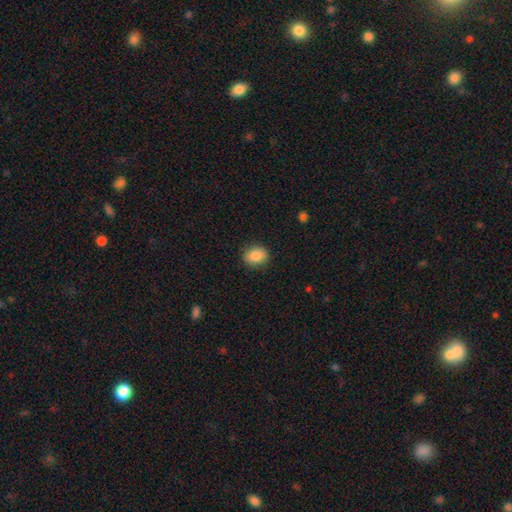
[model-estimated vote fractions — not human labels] This appears to be a smooth galaxy with no disk features (86%) that is round (53%). Merging: none (88%).